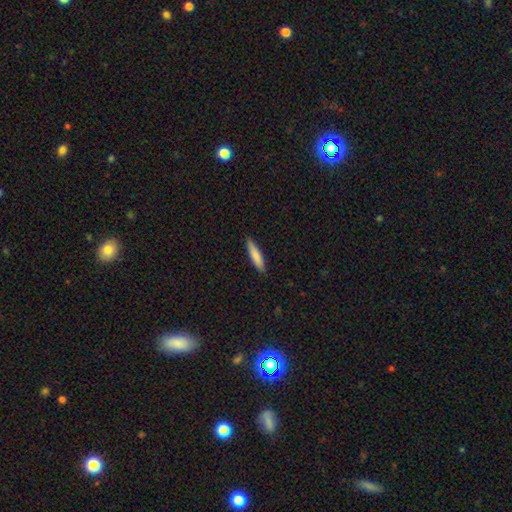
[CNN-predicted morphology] A smooth galaxy with no disk features (81%) that is cigar-shaped (81%).

Vote fractions:
- Smooth or featured? smooth: 81% / featured or disk: 14% / star or artifact: 5%
- How rounded? cigar-shaped: 81% / in between: 18% / round: 1%
- Merging? none: 89% / minor disturbance: 9% / major disturbance: 2% / merger: 1%